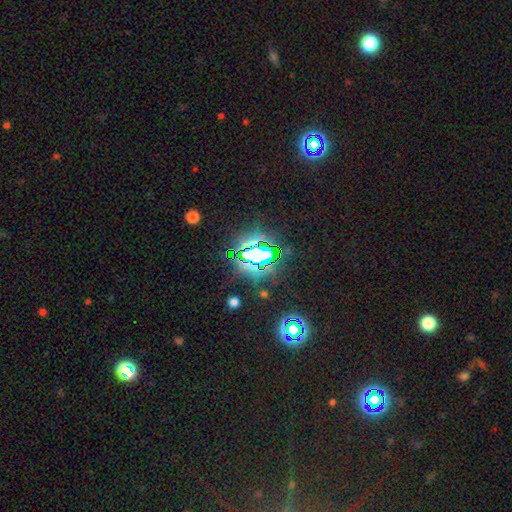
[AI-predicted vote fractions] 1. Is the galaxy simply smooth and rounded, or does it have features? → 75% star or artifact, 14% smooth, 10% featured or disk.